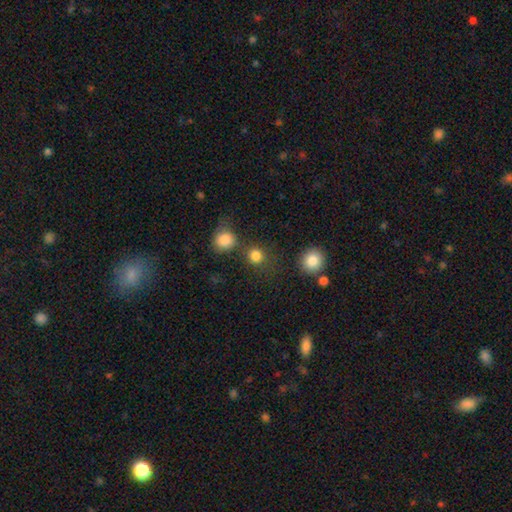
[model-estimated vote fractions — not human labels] A smooth galaxy with no disk features (83%) that is round (88%).

Vote fractions:
- Smooth or featured? smooth: 83% / star or artifact: 12% / featured or disk: 5%
- How rounded? round: 88% / in between: 11% / cigar-shaped: 1%
- Merging? none: 71% / merger: 15% / minor disturbance: 9% / major disturbance: 5%